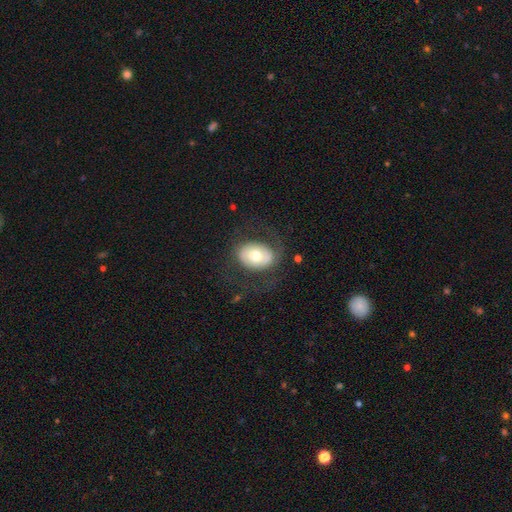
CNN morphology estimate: Q: Smooth or featured?
A: smooth (54%); runner-up: featured or disk (39%)
Q: How rounded?
A: in between (70%); runner-up: round (29%)
Q: Merging?
A: none (70%); runner-up: major disturbance (15%)